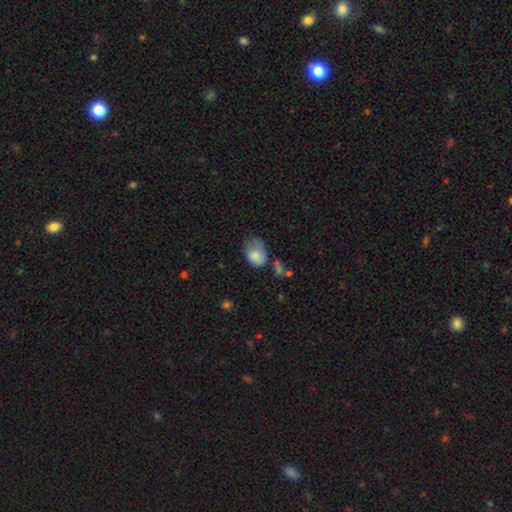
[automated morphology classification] A smooth galaxy with no disk features (77%) that is in between round and cigar-shaped (75%). Merging: minor disturbance (38%).